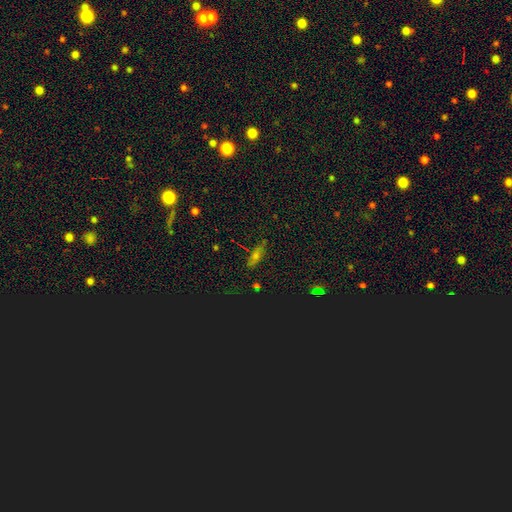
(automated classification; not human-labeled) Smooth or featured? Predicted: smooth (p=0.46). Merging? Predicted: none (p=0.79).